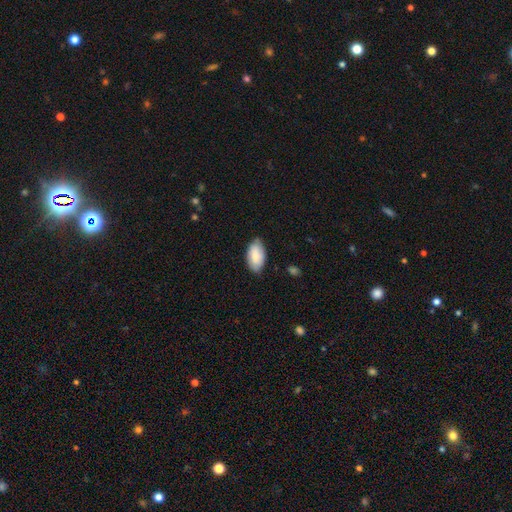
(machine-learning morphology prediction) Smooth or featured? Predicted: smooth (p=0.79). How rounded? Predicted: in between (p=0.95). Merging? Predicted: none (p=0.75).